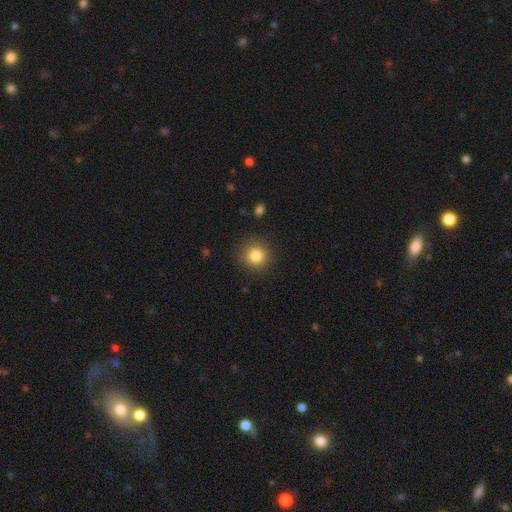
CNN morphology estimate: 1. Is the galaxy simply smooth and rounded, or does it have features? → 83% smooth, 11% star or artifact, 6% featured or disk.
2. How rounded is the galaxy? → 93% round, 6% in between, 1% cigar-shaped.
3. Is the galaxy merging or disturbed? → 90% none, 7% minor disturbance, 3% major disturbance, 1% merger.